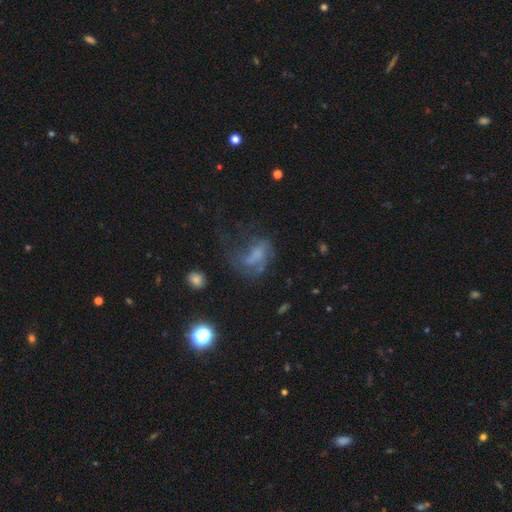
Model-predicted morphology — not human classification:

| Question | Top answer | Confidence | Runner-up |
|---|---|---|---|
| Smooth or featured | featured or disk | 54% | smooth (30%) |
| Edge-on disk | no | 96% | yes (4%) |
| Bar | no | 59% | weak (30%) |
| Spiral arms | yes | 59% | no (41%) |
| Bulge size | none | 50% | small (22%) |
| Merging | major disturbance | 48% | none (29%) |